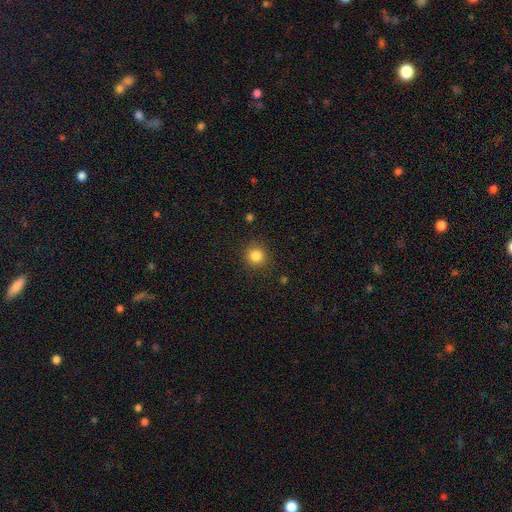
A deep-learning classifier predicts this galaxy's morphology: A smooth galaxy with no disk features (84%) that is round (93%). Merging: none (90%).